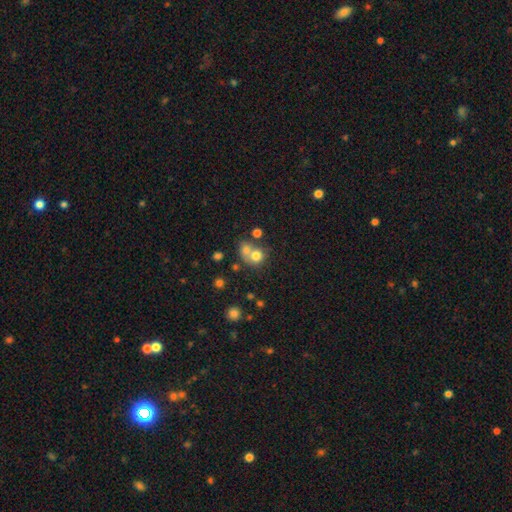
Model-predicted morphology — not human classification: The model was most divided on "merging": merger: 52%, none: 35%, minor disturbance: 8%, major disturbance: 5%. More confident: how rounded — round (77%); smooth or featured — smooth (73%).